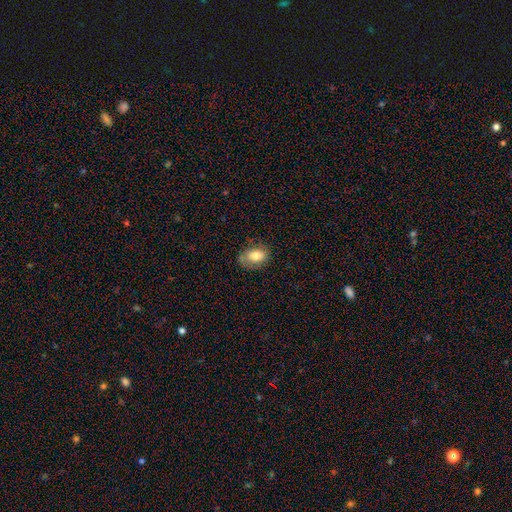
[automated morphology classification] The model was most divided on "merging": none: 69%, minor disturbance: 22%, major disturbance: 8%, merger: 1%. More confident: how rounded — in between (84%); smooth or featured — smooth (74%).